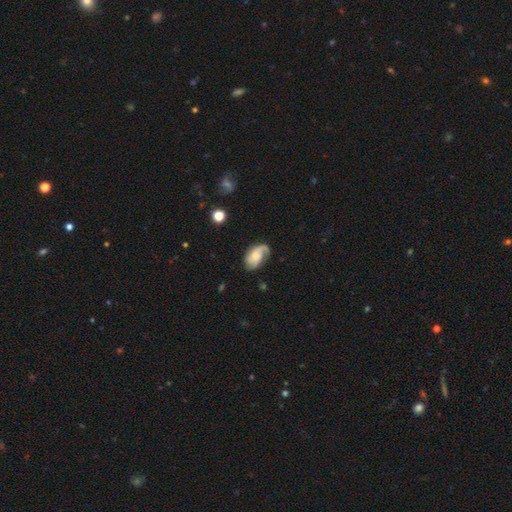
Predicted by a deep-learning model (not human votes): Smooth or featured?
  - featured or disk: 71% *
  - smooth: 23%
  - star or artifact: 6%
Edge-on disk?
  - no: 97% *
  - yes: 3%
Bar?
  - no: 68% *
  - weak: 28%
  - strong: 5%
Spiral arms?
  - yes: 94% *
  - no: 6%
Spiral winding?
  - medium: 42% *
  - loose: 29%
  - tight: 29%
Spiral arm count?
  - 2: 55% *
  - 1: 22%
  - can't tell: 10%
  - 3: 9%
  - 4: 2%
  - more than 4: 2%
Bulge size?
  - small: 45% *
  - moderate: 39%
  - none: 10%
  - large: 5%
  - dominant: 2%
Merging?
  - none: 60% *
  - minor disturbance: 24%
  - major disturbance: 13%
  - merger: 2%